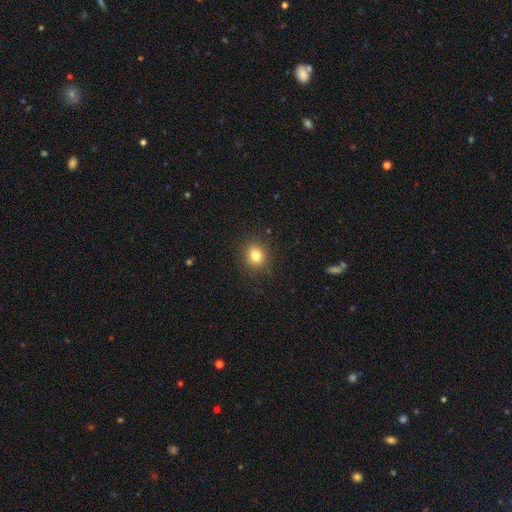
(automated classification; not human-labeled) Smooth or featured: smooth — 81% (star or artifact — 12%)
How rounded: round — 79% (in between — 20%)
Merging: none — 89% (minor disturbance — 8%)